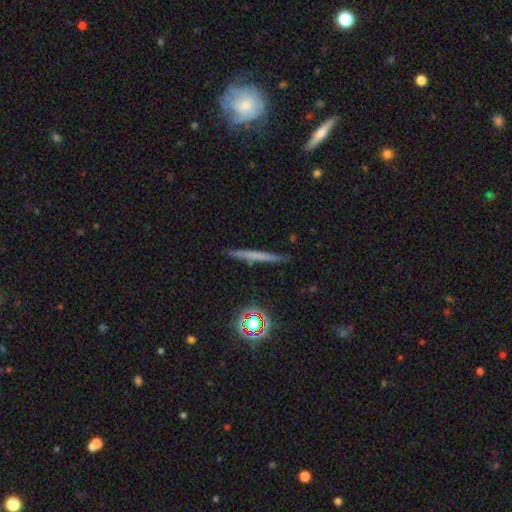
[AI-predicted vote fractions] Q: Smooth or featured?
A: smooth (51%); runner-up: featured or disk (36%)
Q: How rounded?
A: cigar-shaped (94%); runner-up: round (3%)
Q: Merging?
A: none (88%); runner-up: minor disturbance (8%)